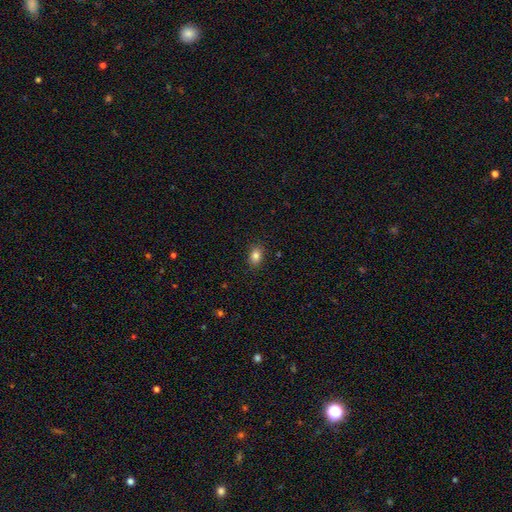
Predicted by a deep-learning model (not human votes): Morphology: type=smooth (83%); roundness=in between (76%); merging=none (88%).